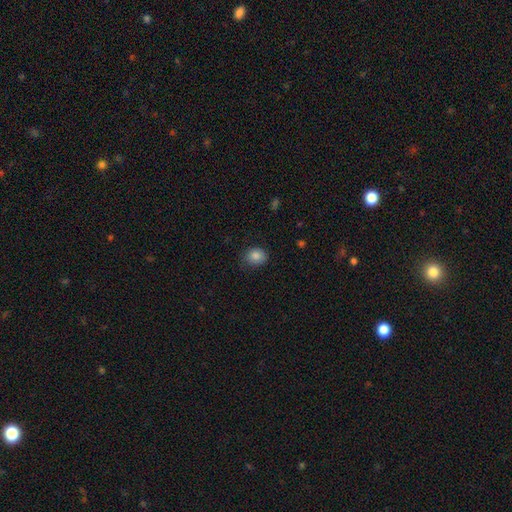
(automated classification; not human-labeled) The model was most divided on "how rounded": round: 56%, in between: 43%, cigar-shaped: 1%. More confident: smooth or featured — smooth (85%); merging — none (75%).